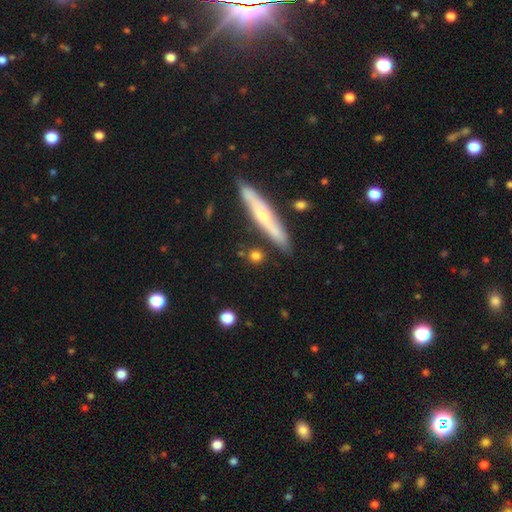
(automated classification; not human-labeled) The model was most divided on "how rounded": round: 61%, cigar-shaped: 23%, in between: 16%. More confident: merging — none (80%); smooth or featured — smooth (72%).